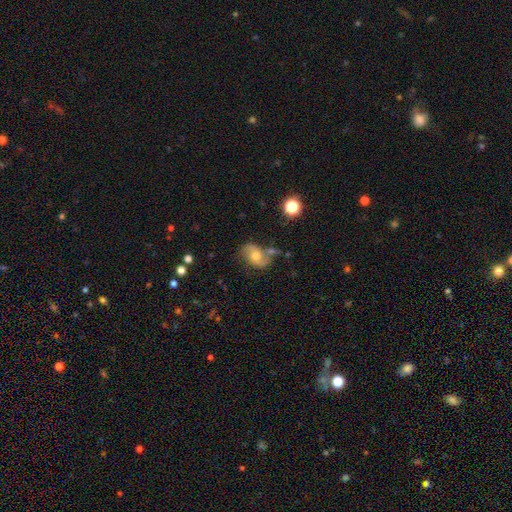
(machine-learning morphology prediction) smooth-or-featured: featured or disk: 53% | smooth: 37% | star or artifact: 10%
  disk-edge-on: no: 95% | yes: 5%
    bar: no: 66% | weak: 28% | strong: 6%
    has-spiral-arms: yes: 78% | no: 22%
    bulge-size: moderate: 71% | small: 16% | large: 9% | none: 2% | dominant: 1%
  merging: none: 55% | minor disturbance: 23% | merger: 12% | major disturbance: 10%